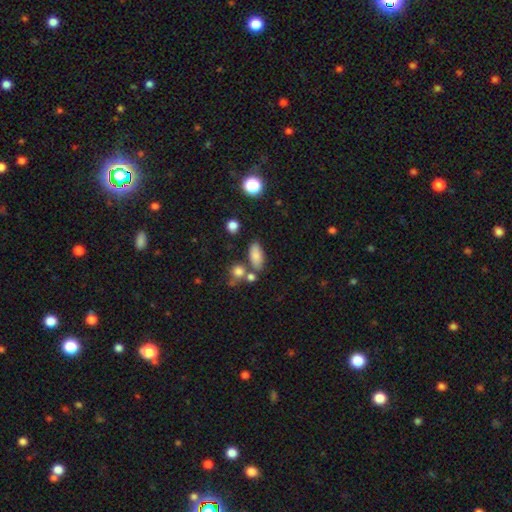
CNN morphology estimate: smooth_or_featured: smooth (p=0.81) [alt: star or artifact p=0.10]
how_rounded: in between (p=0.82) [alt: cigar-shaped p=0.11]
merging: none (p=0.67) [alt: merger p=0.15]